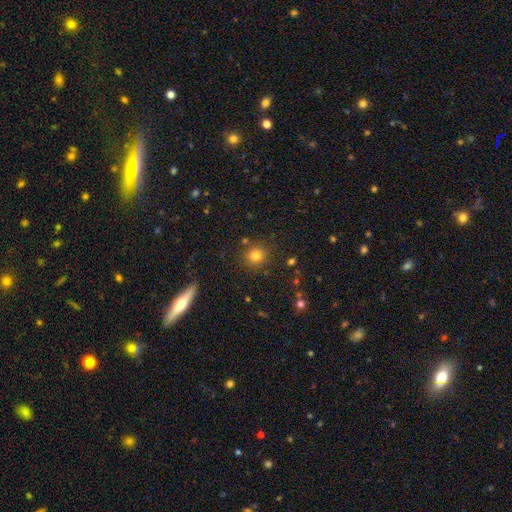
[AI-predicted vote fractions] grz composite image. It shows a smooth galaxy with no disk features (79%) that is round (89%). Merging: none (85%).